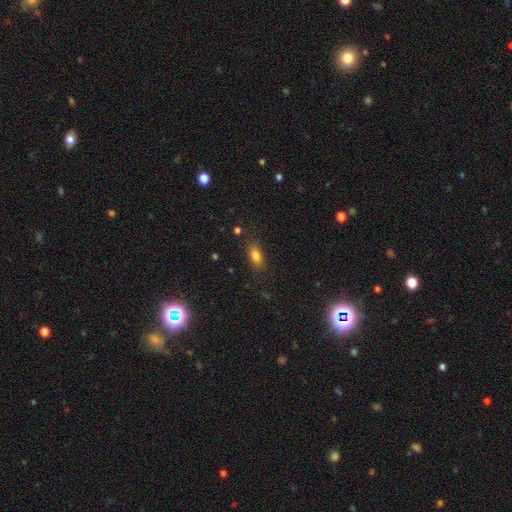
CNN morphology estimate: This is clearly a smooth galaxy (81%). How rounded: clearly in between (84%). Merging: clearly none (83%).